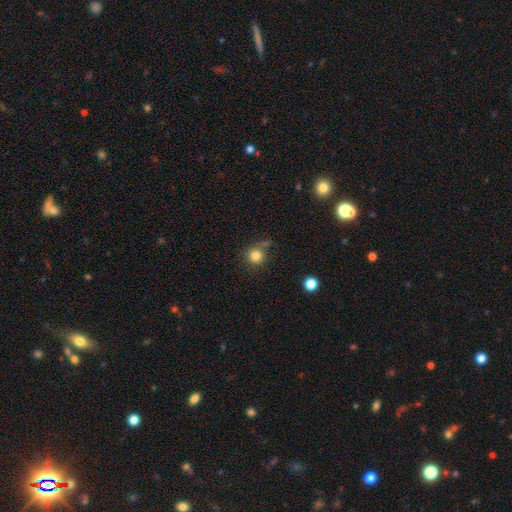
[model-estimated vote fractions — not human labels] smooth-or-featured: smooth: 83% | star or artifact: 11% | featured or disk: 6%
  how-rounded: round: 93% | in between: 7% | cigar-shaped: 1%
  merging: none: 72% | minor disturbance: 14% | merger: 9% | major disturbance: 5%